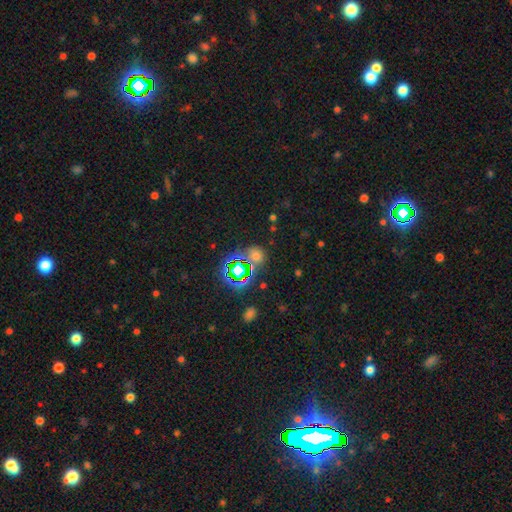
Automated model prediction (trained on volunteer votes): A smooth galaxy with no disk features (46%). Merging: none (71%).